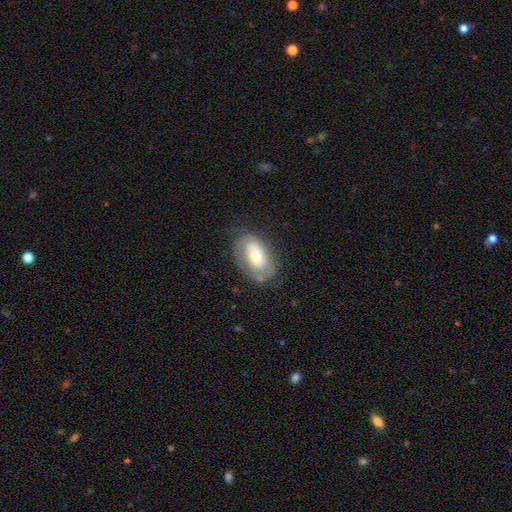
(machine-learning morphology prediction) A featured or disk galaxy (55%) with no bar (69%), spiral arms (56%) and a moderate central bulge (62%). Merging: none (64%).